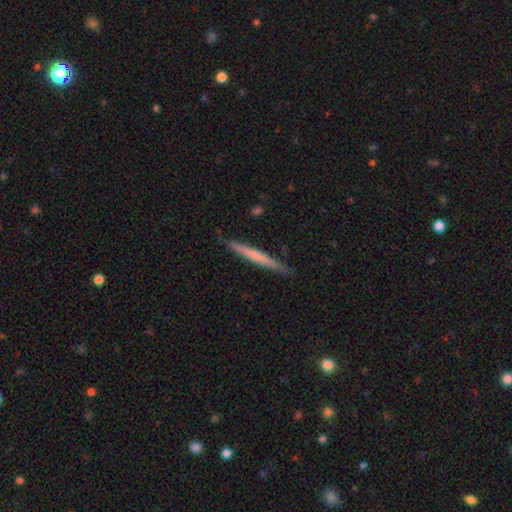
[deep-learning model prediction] This is possibly a smooth galaxy (50%). How rounded: clearly cigar-shaped (97%). Merging: clearly none (89%).